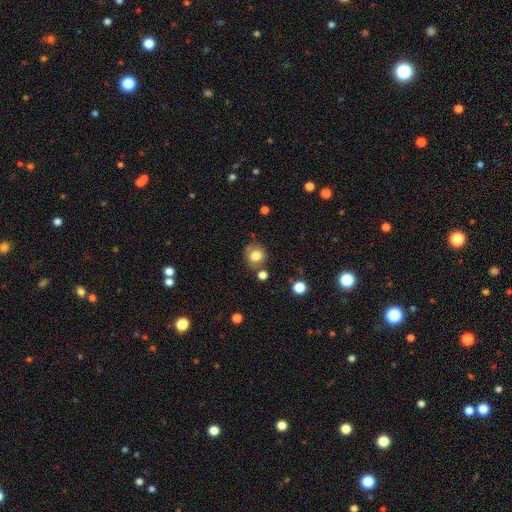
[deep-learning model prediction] Overall: smooth (81%). How rounded: round (84%). Merging: none (72%).